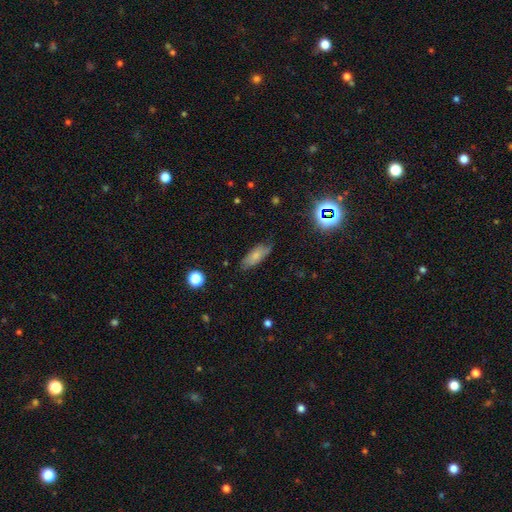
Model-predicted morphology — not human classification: smooth 69%, featured or disk 22%, star or artifact 9%. Down the decision tree: how rounded — in between (76%); merging — none (70%).